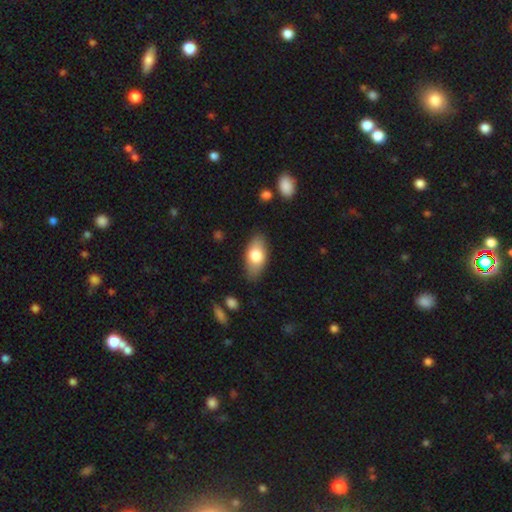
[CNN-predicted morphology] A smooth galaxy with no disk features (73%) that is in between round and cigar-shaped (90%).

Vote fractions:
- Smooth or featured? smooth: 73% / featured or disk: 21% / star or artifact: 6%
- How rounded? in between: 90% / cigar-shaped: 5% / round: 5%
- Merging? none: 83% / minor disturbance: 12% / major disturbance: 3% / merger: 1%